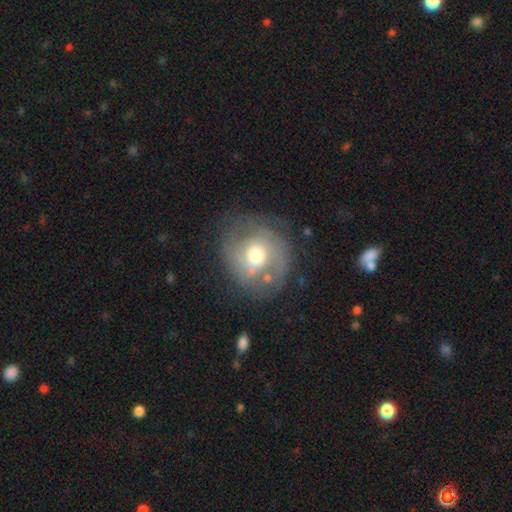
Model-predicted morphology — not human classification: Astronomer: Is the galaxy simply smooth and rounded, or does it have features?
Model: featured or disk — 62%.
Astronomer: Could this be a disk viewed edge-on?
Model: no — 97%.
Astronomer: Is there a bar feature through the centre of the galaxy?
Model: no — 71%.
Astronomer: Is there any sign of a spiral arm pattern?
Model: yes — 72%.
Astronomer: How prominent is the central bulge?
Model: moderate — 67%.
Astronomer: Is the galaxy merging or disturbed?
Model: none — 67%.